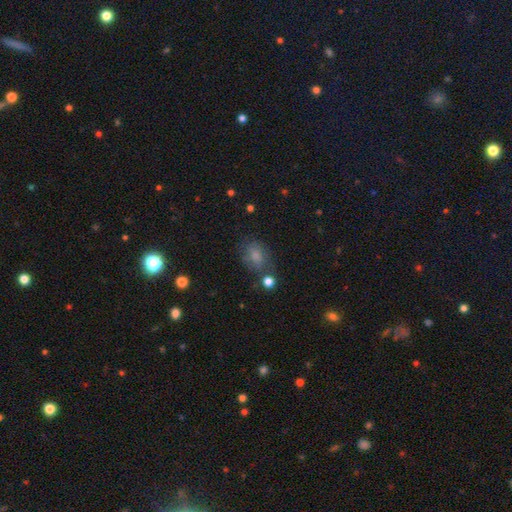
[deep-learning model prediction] Morphology: type=smooth (75%); roundness=in between (66%); merging=none (61%).